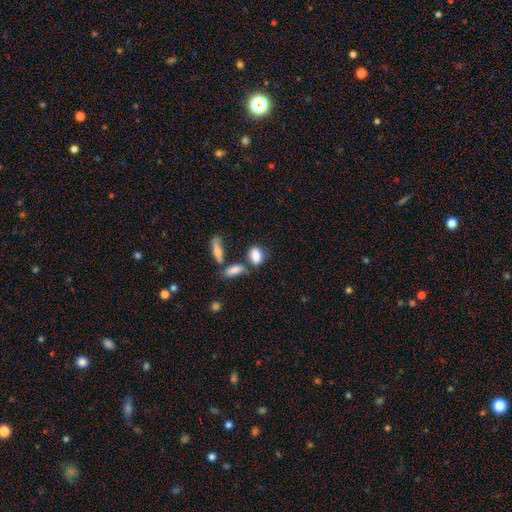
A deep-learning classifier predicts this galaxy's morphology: This is clearly a smooth galaxy (84%). How rounded: clearly in between (81%). Merging: possibly none (56%).